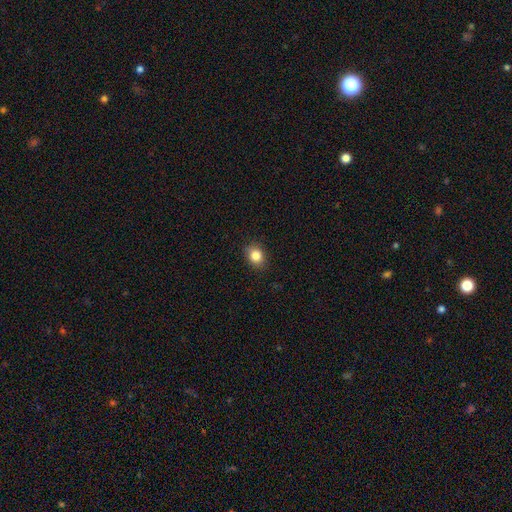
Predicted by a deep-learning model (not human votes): Smooth or featured?
  - smooth: 84% *
  - star or artifact: 10%
  - featured or disk: 6%
How rounded?
  - round: 55% *
  - in between: 44%
  - cigar-shaped: 1%
Merging?
  - none: 87% *
  - minor disturbance: 10%
  - major disturbance: 2%
  - merger: 1%